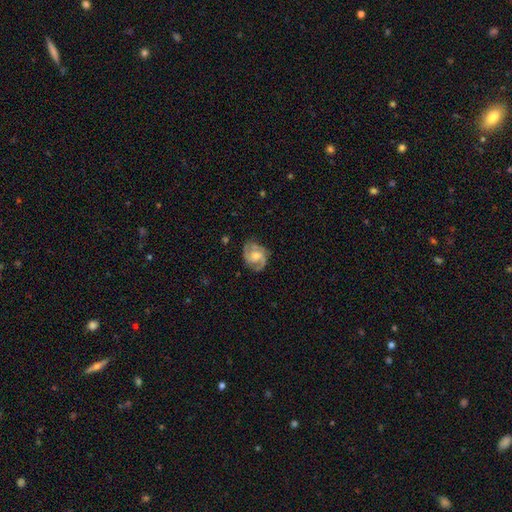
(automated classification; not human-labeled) Smooth or featured? Predicted: featured or disk (p=0.82). Edge-on disk? Predicted: no (p=0.98). Bar? Predicted: no (p=0.59). Spiral arms? Predicted: yes (p=0.96). Spiral winding? Predicted: medium (p=0.50). Spiral arm count? Predicted: 2 (p=0.66). Bulge size? Predicted: moderate (p=0.60). Merging? Predicted: none (p=0.75).